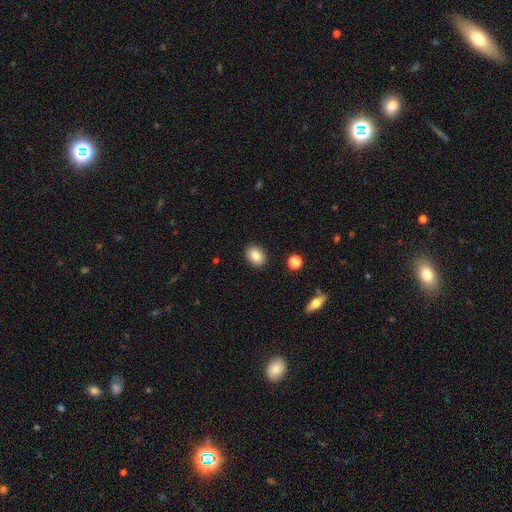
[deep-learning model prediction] Smooth or featured? Predicted: smooth (p=0.84). How rounded? Predicted: in between (p=0.68). Merging? Predicted: none (p=0.89).